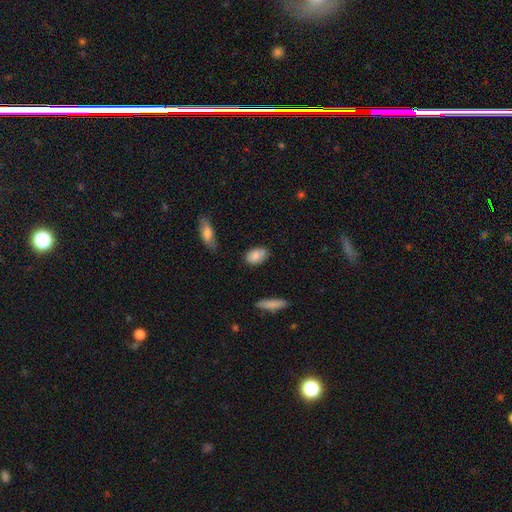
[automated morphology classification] Q: Smooth or featured?
A: smooth (81%); runner-up: featured or disk (12%)
Q: How rounded?
A: in between (89%); runner-up: round (9%)
Q: Merging?
A: none (79%); runner-up: minor disturbance (16%)